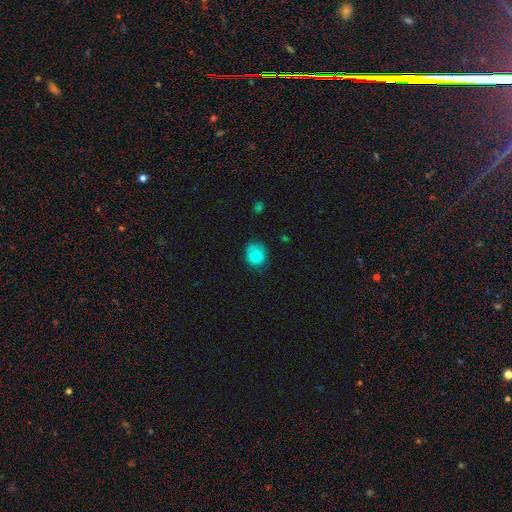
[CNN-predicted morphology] Q: Smooth or featured?
A: smooth (81%); runner-up: featured or disk (10%)
Q: How rounded?
A: round (74%); runner-up: in between (25%)
Q: Merging?
A: none (68%); runner-up: minor disturbance (25%)